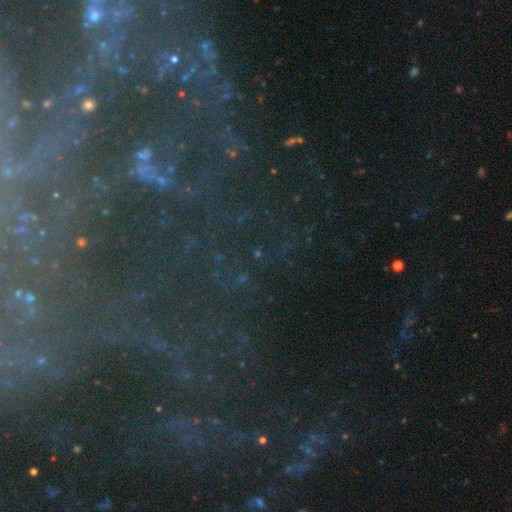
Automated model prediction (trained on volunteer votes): star or artifact 54%, featured or disk 33%, smooth 13%.